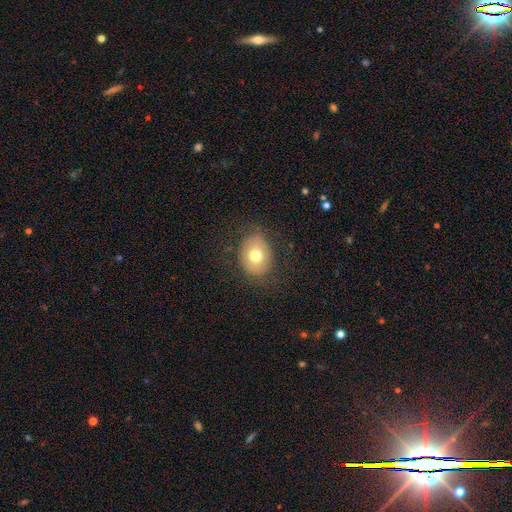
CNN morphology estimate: Smooth or featured? Predicted: smooth (p=0.70). How rounded? Predicted: in between (p=0.57). Merging? Predicted: none (p=0.76).